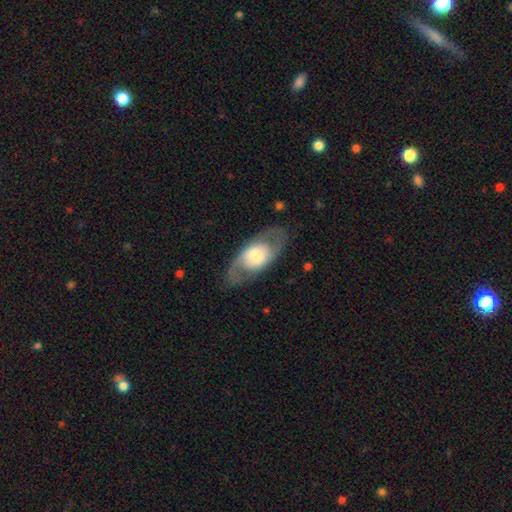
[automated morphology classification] Smooth or featured?
  - featured or disk: 64% *
  - smooth: 30%
  - star or artifact: 6%
Edge-on disk?
  - no: 88% *
  - yes: 12%
Bar?
  - no: 75% *
  - weak: 19%
  - strong: 6%
Spiral arms?
  - yes: 61% *
  - no: 39%
Bulge size?
  - moderate: 43% *
  - large: 37%
  - small: 13%
  - dominant: 6%
  - none: 2%
Merging?
  - none: 78% *
  - minor disturbance: 13%
  - major disturbance: 8%
  - merger: 1%